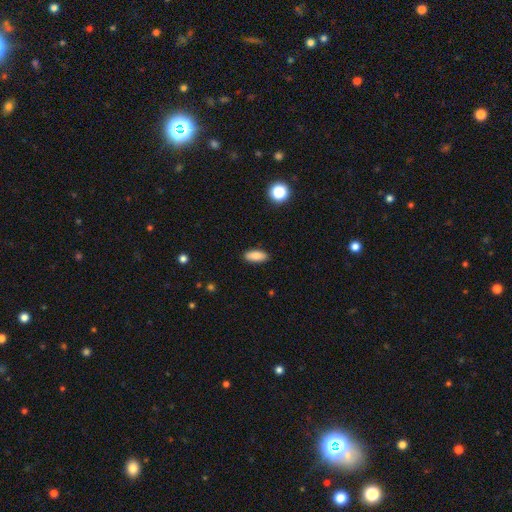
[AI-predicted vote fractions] smooth-or-featured: smooth: 85% | star or artifact: 7% | featured or disk: 7%
  how-rounded: in between: 81% | cigar-shaped: 16% | round: 3%
  merging: none: 89% | minor disturbance: 8% | major disturbance: 2% | merger: 1%